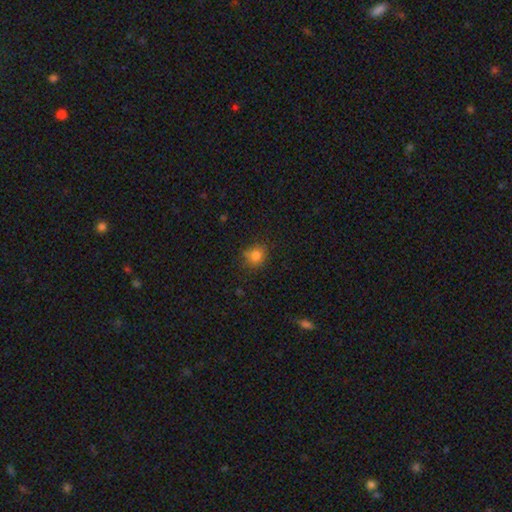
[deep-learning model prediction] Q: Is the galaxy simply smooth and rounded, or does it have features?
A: smooth — 81%.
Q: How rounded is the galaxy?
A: round — 77%.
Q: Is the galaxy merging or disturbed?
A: none — 75%.